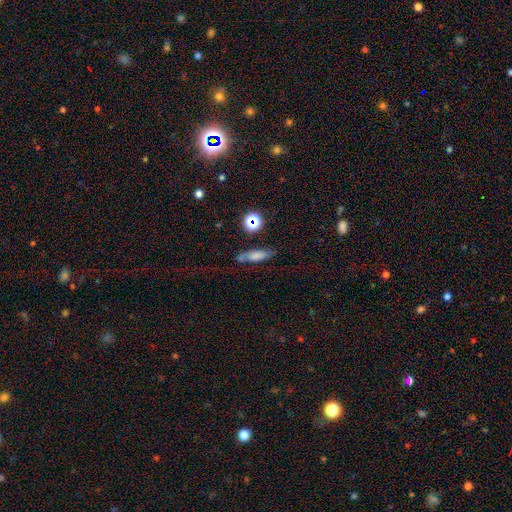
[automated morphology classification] Overall: smooth (65%). How rounded: cigar-shaped (49%; in between 44%). Merging: none (63%).